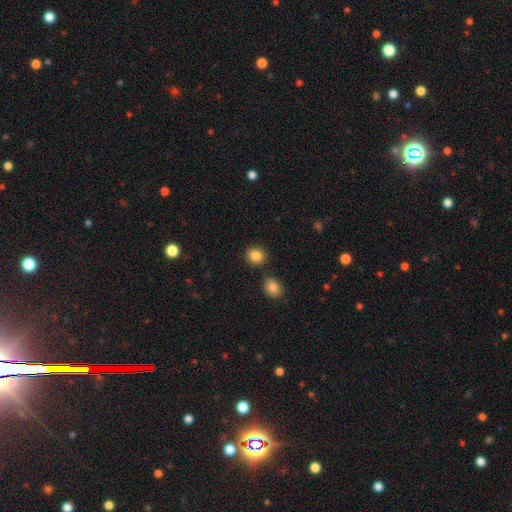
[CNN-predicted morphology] Overall: smooth (86%). How rounded: round (75%). Merging: none (83%).